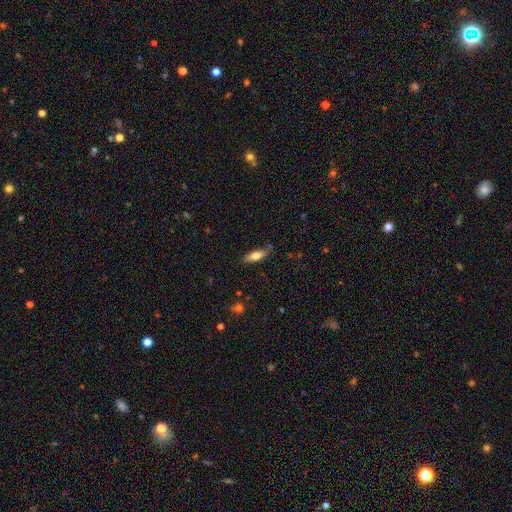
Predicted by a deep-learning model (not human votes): smooth-or-featured: smooth: 70% | featured or disk: 23% | star or artifact: 7%
  how-rounded: in between: 57% | cigar-shaped: 41% | round: 2%
  merging: none: 76% | minor disturbance: 18% | major disturbance: 4% | merger: 3%